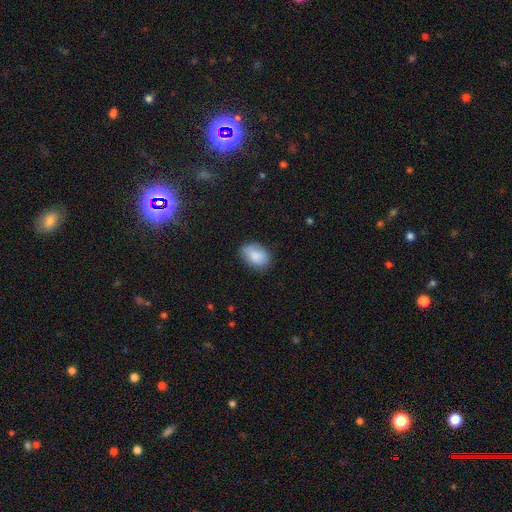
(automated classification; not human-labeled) Smooth or featured? smooth (86%)
How rounded? in between (86%)
Merging? none (74%)